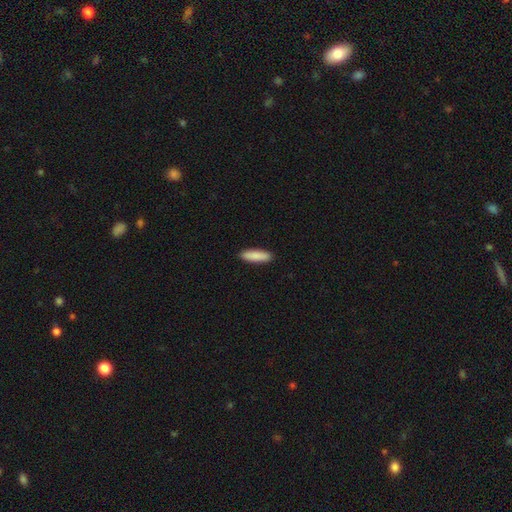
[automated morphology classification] This is clearly a smooth galaxy (88%). How rounded: likely cigar-shaped (63%). Merging: clearly none (91%).